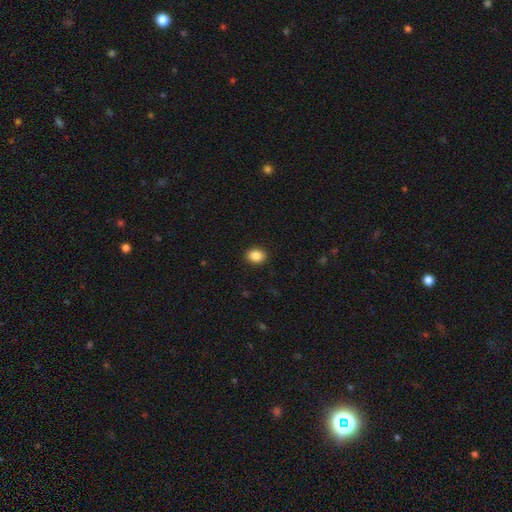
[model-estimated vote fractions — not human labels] This is clearly a smooth galaxy (87%). How rounded: likely in between (61%). Merging: clearly none (90%).